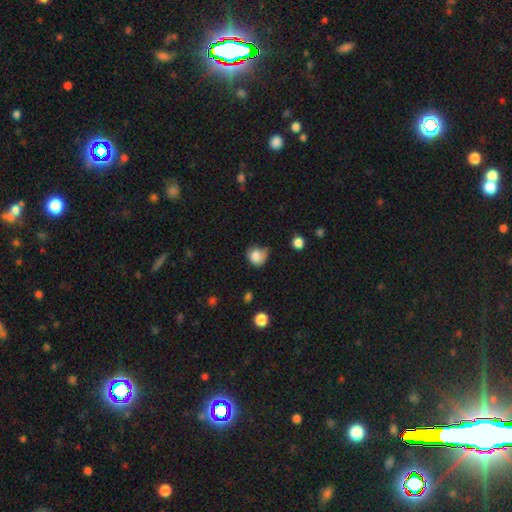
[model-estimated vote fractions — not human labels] A smooth galaxy with no disk features (81%) that is round (79%).

Vote fractions:
- Smooth or featured? smooth: 81% / star or artifact: 10% / featured or disk: 9%
- How rounded? round: 79% / in between: 20% / cigar-shaped: 1%
- Merging? none: 47% / minor disturbance: 37% / major disturbance: 11% / merger: 5%